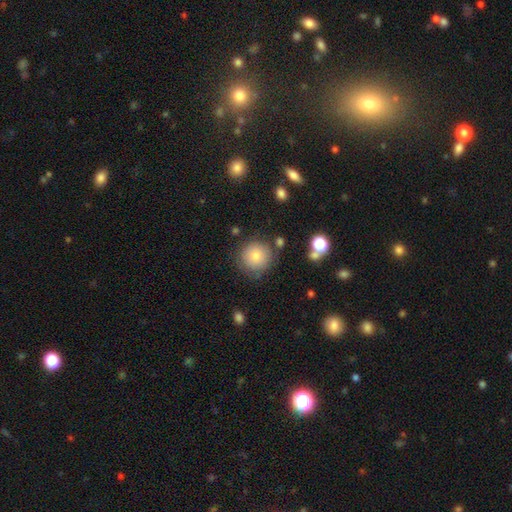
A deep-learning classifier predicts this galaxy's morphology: smooth-or-featured: smooth: 76% | featured or disk: 12% | star or artifact: 11%
  how-rounded: round: 94% | in between: 5% | cigar-shaped: 1%
  merging: none: 81% | minor disturbance: 12% | major disturbance: 4% | merger: 4%